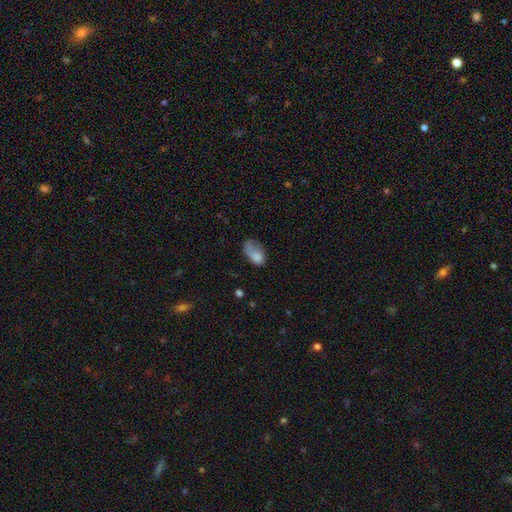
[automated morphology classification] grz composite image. It shows a smooth galaxy with no disk features (74%) that is in between round and cigar-shaped (90%). Merging: major disturbance (35%).